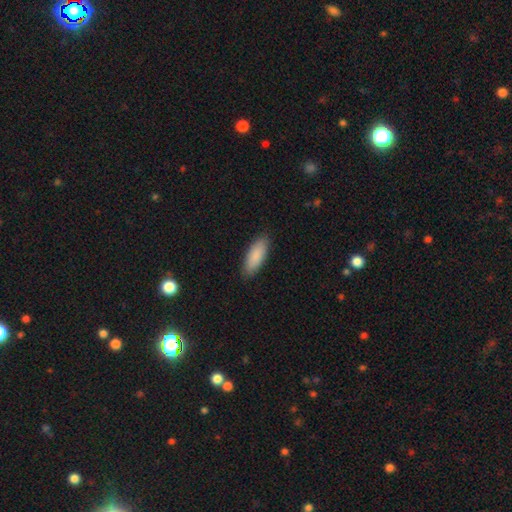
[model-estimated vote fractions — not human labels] Smooth or featured? Predicted: smooth (p=0.89). How rounded? Predicted: in between (p=0.72). Merging? Predicted: none (p=0.88).